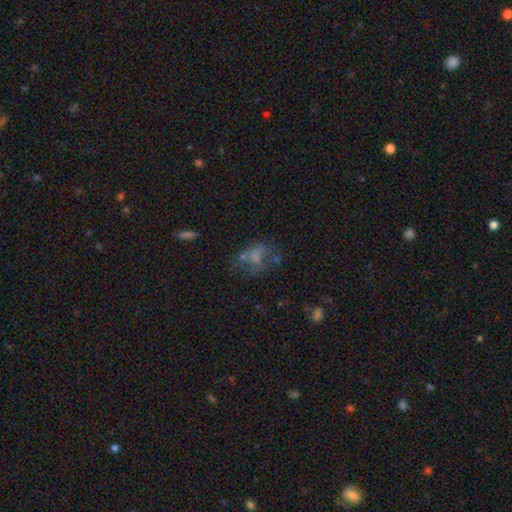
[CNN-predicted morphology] A smooth galaxy with no disk features (45%).

Vote fractions:
- Smooth or featured? smooth: 45% / featured or disk: 32% / star or artifact: 23%
- Merging? none: 42% / major disturbance: 23% / minor disturbance: 20% / merger: 14%